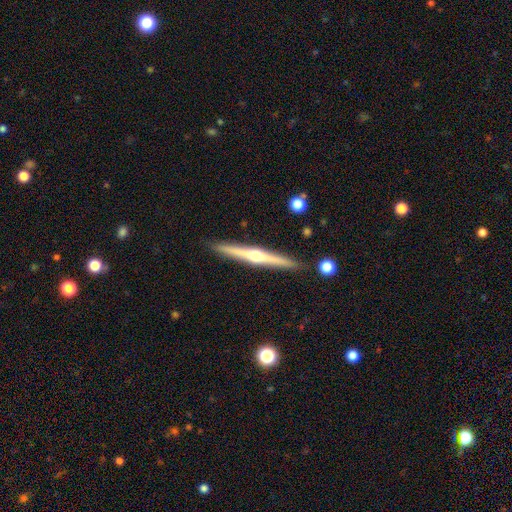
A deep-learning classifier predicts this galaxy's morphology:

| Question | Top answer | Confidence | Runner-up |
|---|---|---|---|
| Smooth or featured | featured or disk | 77% | smooth (18%) |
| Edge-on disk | yes | 98% | no (2%) |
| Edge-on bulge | rounded | 91% | none (6%) |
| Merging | none | 91% | minor disturbance (6%) |